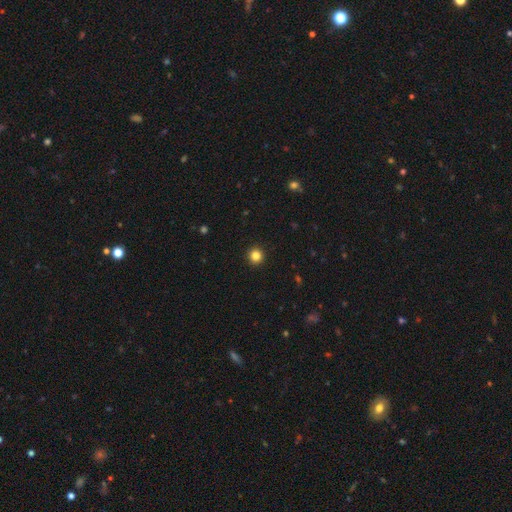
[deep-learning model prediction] A smooth galaxy with no disk features (84%) that is round (96%).

Vote fractions:
- Smooth or featured? smooth: 84% / star or artifact: 12% / featured or disk: 4%
- How rounded? round: 96% / in between: 3% / cigar-shaped: 1%
- Merging? none: 94% / minor disturbance: 4% / major disturbance: 1% / merger: 1%